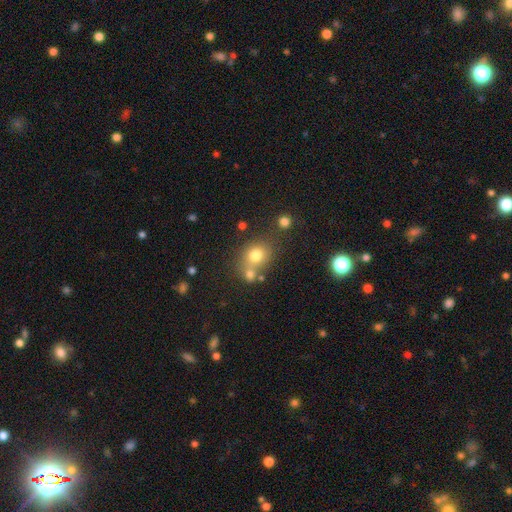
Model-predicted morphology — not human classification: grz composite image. It shows a smooth galaxy with no disk features (75%) that is round (67%). Merging: none (52%).